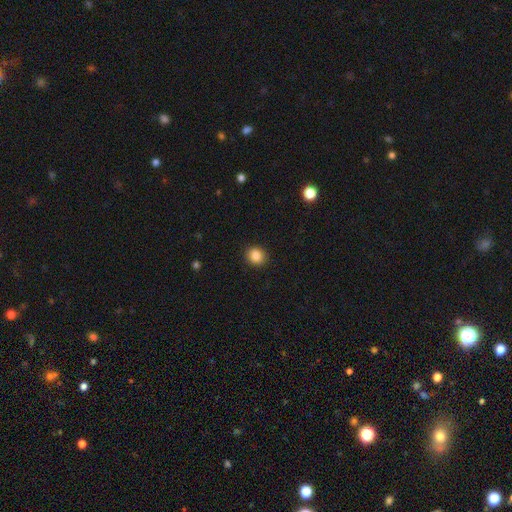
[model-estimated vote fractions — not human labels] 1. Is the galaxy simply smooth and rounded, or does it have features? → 87% smooth, 10% star or artifact, 3% featured or disk.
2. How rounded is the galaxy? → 85% round, 14% in between, 1% cigar-shaped.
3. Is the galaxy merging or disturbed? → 91% none, 6% minor disturbance, 2% major disturbance, 1% merger.